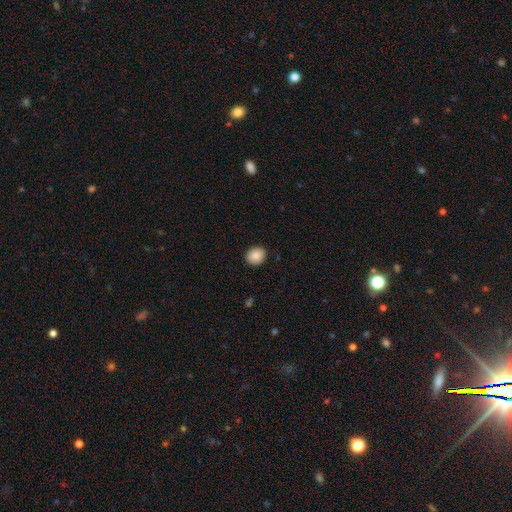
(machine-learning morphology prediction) The model was most divided on "how rounded": round: 73%, in between: 26%, cigar-shaped: 1%. More confident: merging — none (90%); smooth or featured — smooth (88%).